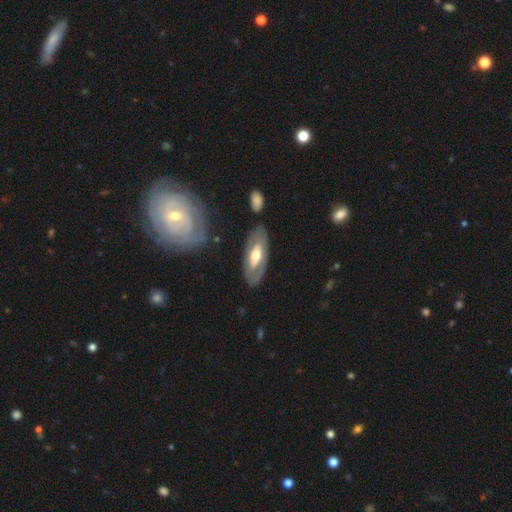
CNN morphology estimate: Smooth or featured?
  - featured or disk: 60% *
  - smooth: 35%
  - star or artifact: 5%
Edge-on disk?
  - no: 81% *
  - yes: 19%
Merging?
  - none: 79% *
  - minor disturbance: 14%
  - major disturbance: 5%
  - merger: 3%